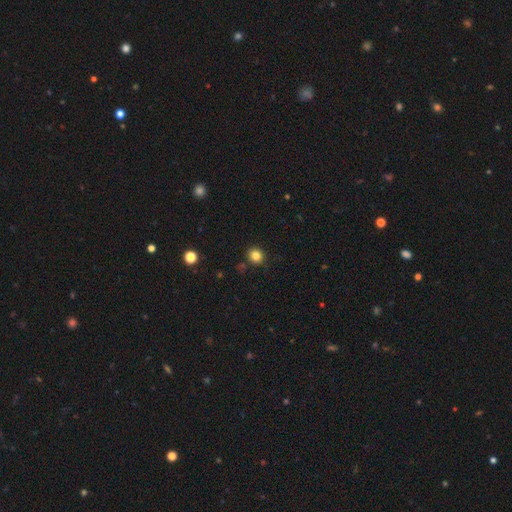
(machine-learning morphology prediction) The model was most divided on "smooth or featured": smooth: 82%, star or artifact: 13%, featured or disk: 5%. More confident: merging — none (87%); how rounded — round (86%).